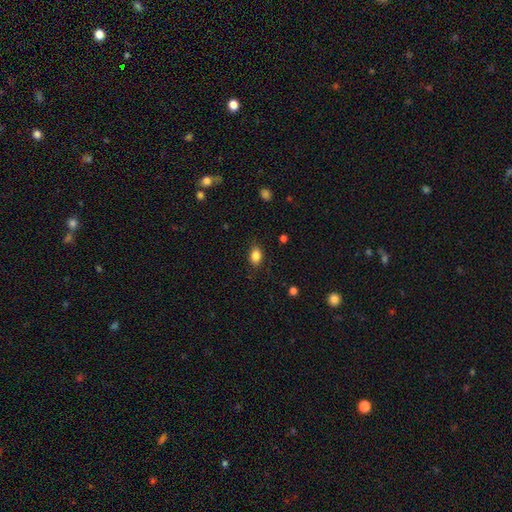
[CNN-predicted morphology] smooth_or_featured: smooth (p=0.86) [alt: star or artifact p=0.09]
how_rounded: in between (p=0.79) [alt: round p=0.20]
merging: none (p=0.84) [alt: minor disturbance p=0.12]